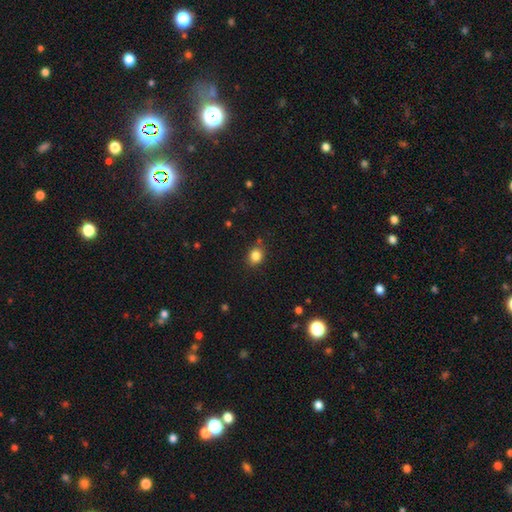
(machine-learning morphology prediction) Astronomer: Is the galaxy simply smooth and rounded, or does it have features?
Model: smooth — 83%.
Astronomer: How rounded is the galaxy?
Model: round — 59% (runner-up: in between, 40%).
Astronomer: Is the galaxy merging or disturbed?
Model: none — 81%.